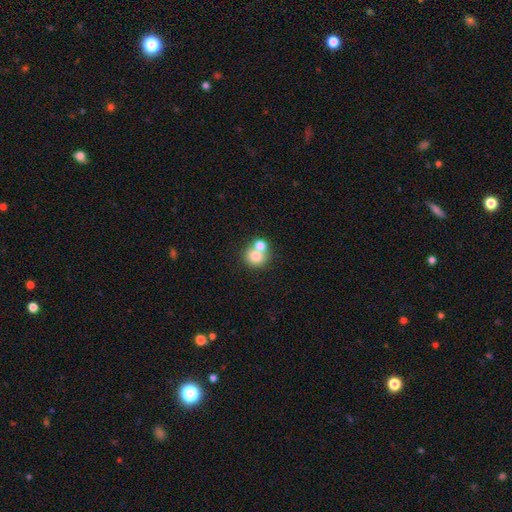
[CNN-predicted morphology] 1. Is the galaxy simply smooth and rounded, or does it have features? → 75% smooth, 14% featured or disk, 11% star or artifact.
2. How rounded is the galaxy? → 81% round, 18% in between, 1% cigar-shaped.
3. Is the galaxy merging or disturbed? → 49% merger, 41% none, 7% minor disturbance, 3% major disturbance.